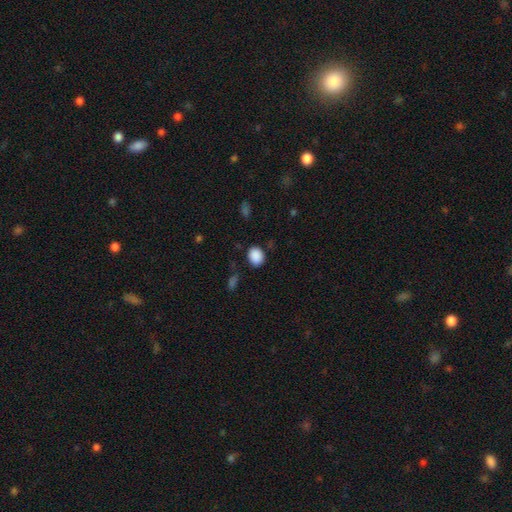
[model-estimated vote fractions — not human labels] smooth-or-featured: smooth: 89% | star or artifact: 8% | featured or disk: 3%
  how-rounded: round: 51% | in between: 48% | cigar-shaped: 1%
  merging: none: 85% | minor disturbance: 10% | major disturbance: 3% | merger: 2%